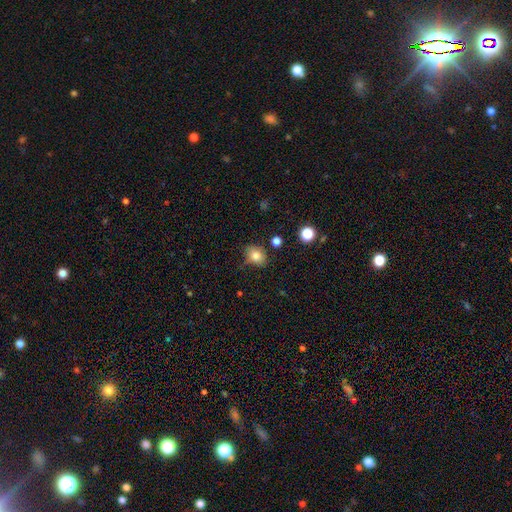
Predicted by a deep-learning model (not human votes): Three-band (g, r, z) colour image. It shows a smooth galaxy with no disk features (80%) that is in between round and cigar-shaped (60%). Merging: none (72%).